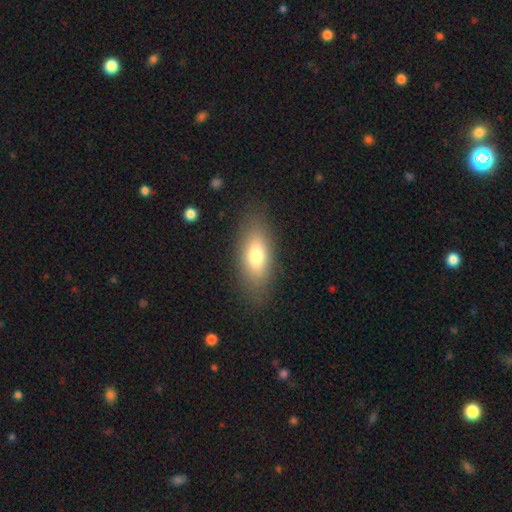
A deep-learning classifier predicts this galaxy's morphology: smooth-or-featured: smooth: 73% | featured or disk: 18% | star or artifact: 8%
  how-rounded: in between: 81% | cigar-shaped: 15% | round: 4%
  merging: none: 83% | minor disturbance: 11% | major disturbance: 4% | merger: 1%